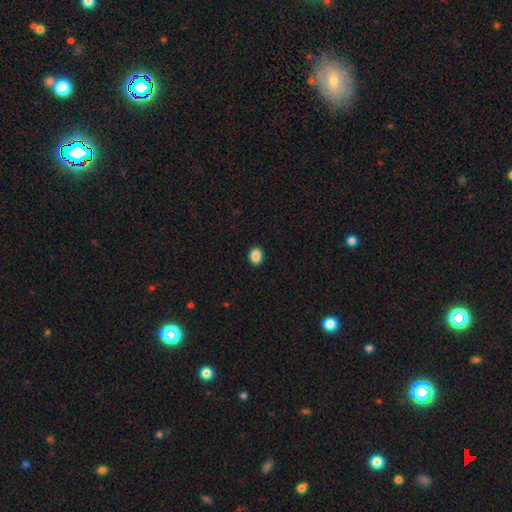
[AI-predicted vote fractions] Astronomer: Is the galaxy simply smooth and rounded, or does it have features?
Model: smooth — 88%.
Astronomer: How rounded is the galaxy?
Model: round — 55% (runner-up: in between, 44%).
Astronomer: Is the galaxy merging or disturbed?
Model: none — 92%.